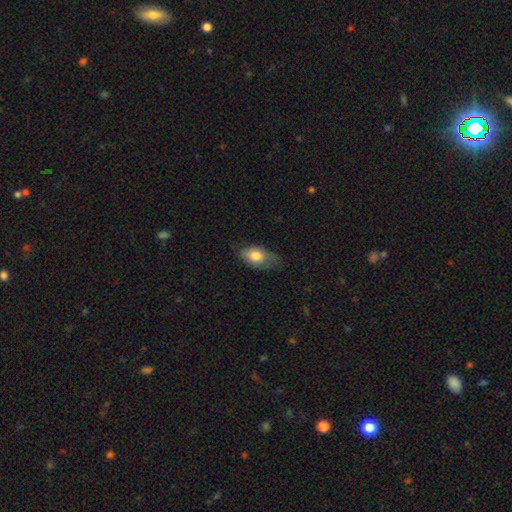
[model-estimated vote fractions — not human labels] Overall: smooth (75%). How rounded: in between (87%). Merging: none (49%; minor disturbance 37%).